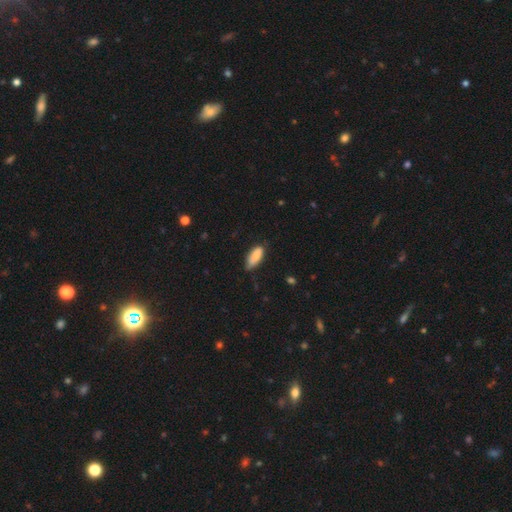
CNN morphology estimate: Smooth or featured? smooth (85%)
How rounded? in between (81%)
Merging? none (59%)